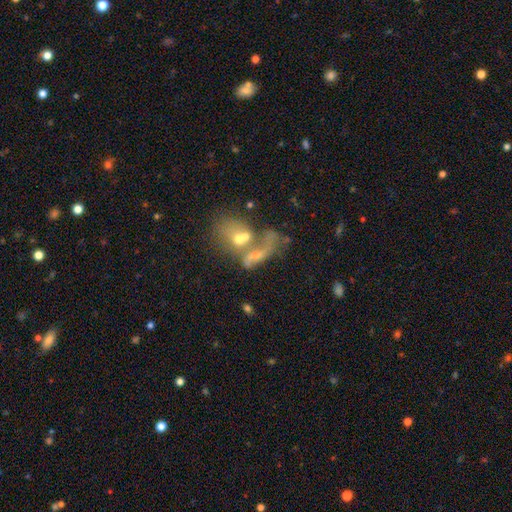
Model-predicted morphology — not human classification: The model was most divided on "smooth or featured": featured or disk: 45%, smooth: 42%, star or artifact: 13%. More confident: merging — merger (61%).